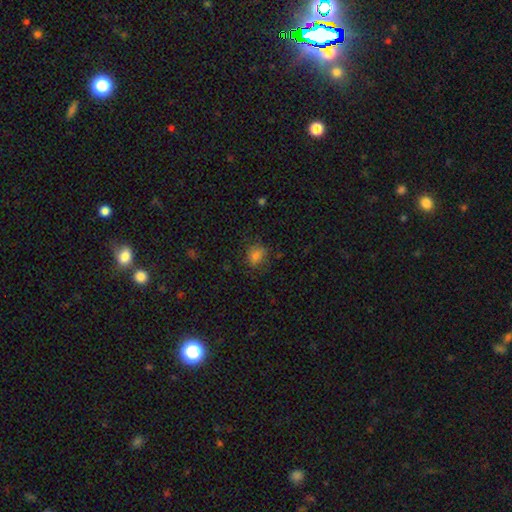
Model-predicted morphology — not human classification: type=smooth (79%); roundness=round (58%); merging=none (75%).